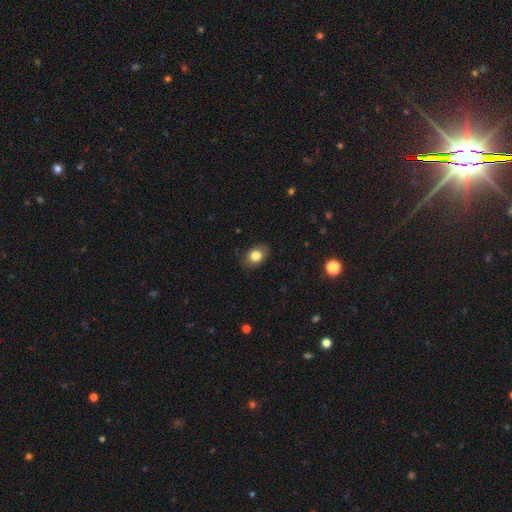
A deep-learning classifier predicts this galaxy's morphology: A smooth galaxy with no disk features (82%) that is in between round and cigar-shaped (67%). Merging: none (83%).